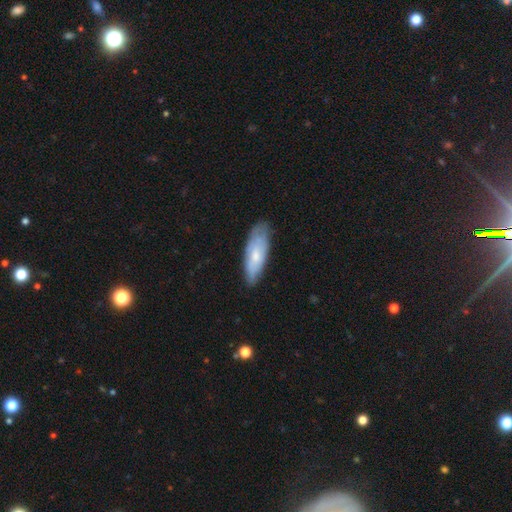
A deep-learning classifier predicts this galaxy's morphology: smooth_or_featured: smooth (p=0.62) [alt: featured or disk p=0.32]
how_rounded: in between (p=0.64) [alt: cigar-shaped p=0.35]
merging: none (p=0.73) [alt: minor disturbance p=0.22]